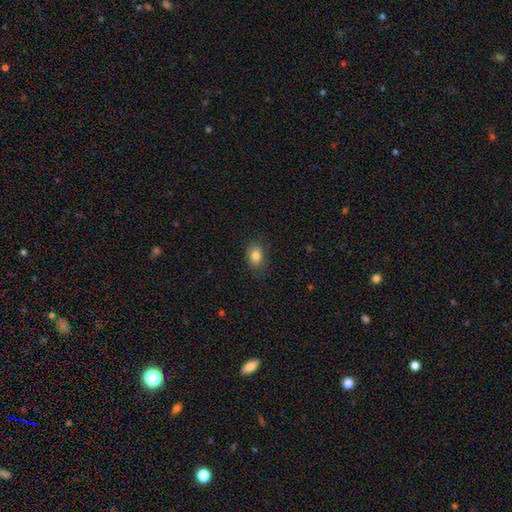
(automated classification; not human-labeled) Smooth or featured?
  - smooth: 82% *
  - star or artifact: 9%
  - featured or disk: 8%
How rounded?
  - in between: 69% *
  - round: 30%
  - cigar-shaped: 1%
Merging?
  - none: 83% *
  - minor disturbance: 13%
  - major disturbance: 3%
  - merger: 1%